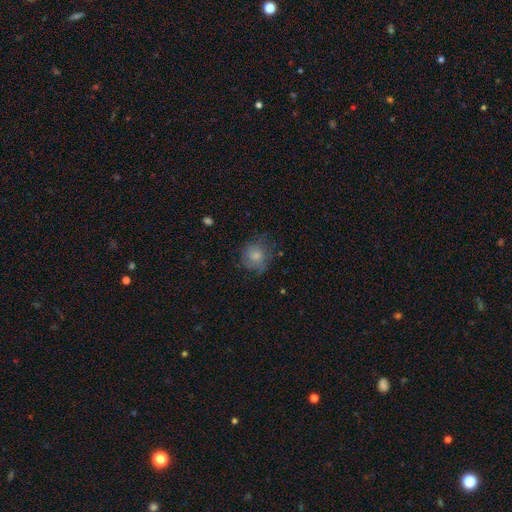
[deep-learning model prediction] A smooth galaxy with no disk features (73%) that is round (81%).

Vote fractions:
- Smooth or featured? smooth: 73% / featured or disk: 18% / star or artifact: 9%
- How rounded? round: 81% / in between: 18% / cigar-shaped: 1%
- Merging? none: 63% / minor disturbance: 24% / major disturbance: 12% / merger: 1%